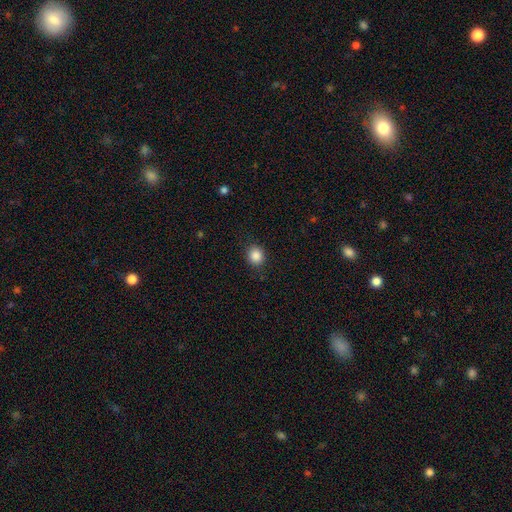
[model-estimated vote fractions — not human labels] Smooth or featured: smooth — 87% (star or artifact — 10%)
How rounded: round — 79% (in between — 20%)
Merging: none — 88% (minor disturbance — 8%)